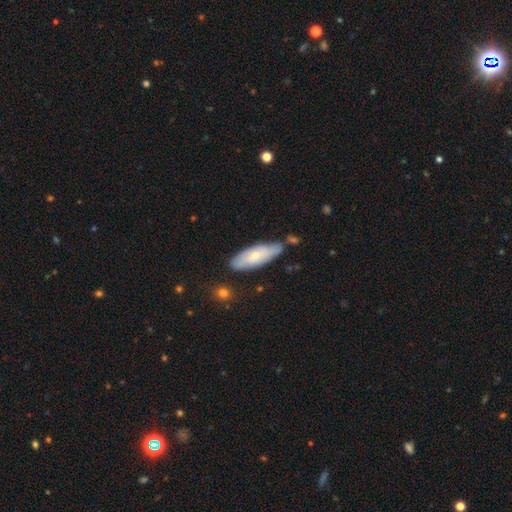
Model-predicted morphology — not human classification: Smooth or featured: smooth — 55% (featured or disk — 38%)
How rounded: in between — 62% (cigar-shaped — 36%)
Merging: none — 67% (minor disturbance — 23%)